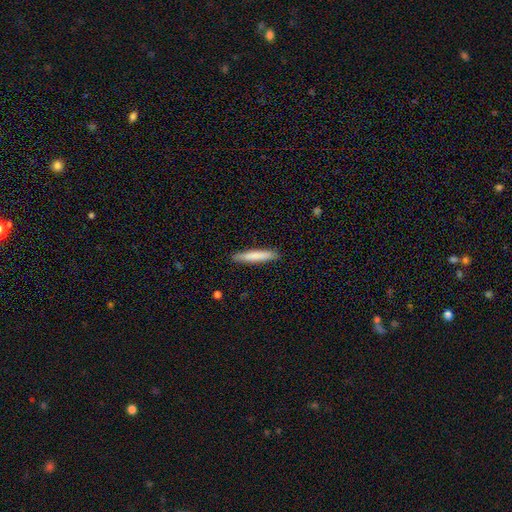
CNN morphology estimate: Q: Smooth or featured?
A: smooth (77%); runner-up: featured or disk (18%)
Q: How rounded?
A: cigar-shaped (94%); runner-up: in between (5%)
Q: Merging?
A: none (90%); runner-up: minor disturbance (7%)